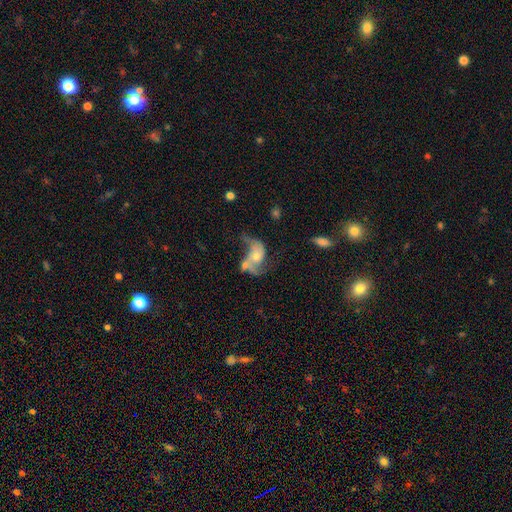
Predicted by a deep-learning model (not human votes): This appears to be a featured or disk galaxy (78%) with no bar (66%), 2 (86%) loose (69%) spiral arms (90%) and a small central bulge (49%). Merging: none (31%).